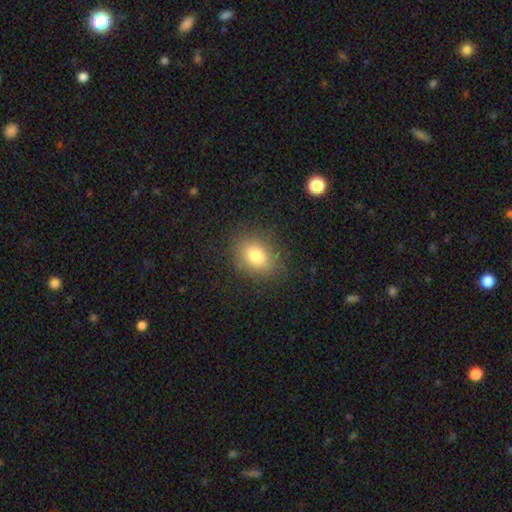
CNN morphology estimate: A smooth galaxy with no disk features (79%) that is in between round and cigar-shaped (60%).

Vote fractions:
- Smooth or featured? smooth: 79% / star or artifact: 11% / featured or disk: 10%
- How rounded? in between: 60% / round: 39% / cigar-shaped: 1%
- Merging? none: 81% / minor disturbance: 13% / major disturbance: 5% / merger: 1%